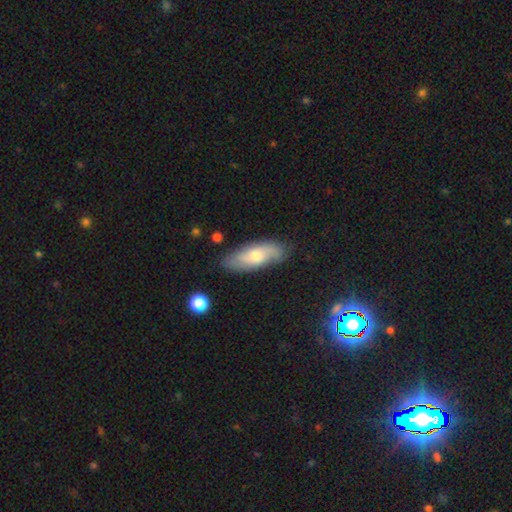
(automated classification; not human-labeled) Morphology: type=smooth (57%); roundness=in between (70%); merging=none (77%).